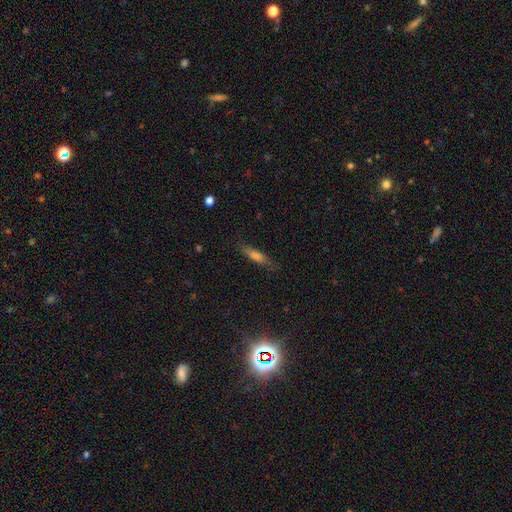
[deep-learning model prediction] Smooth or featured?
  - smooth: 52% *
  - featured or disk: 36%
  - star or artifact: 12%
How rounded?
  - cigar-shaped: 76% *
  - in between: 21%
  - round: 3%
Merging?
  - none: 82% *
  - minor disturbance: 14%
  - major disturbance: 3%
  - merger: 1%